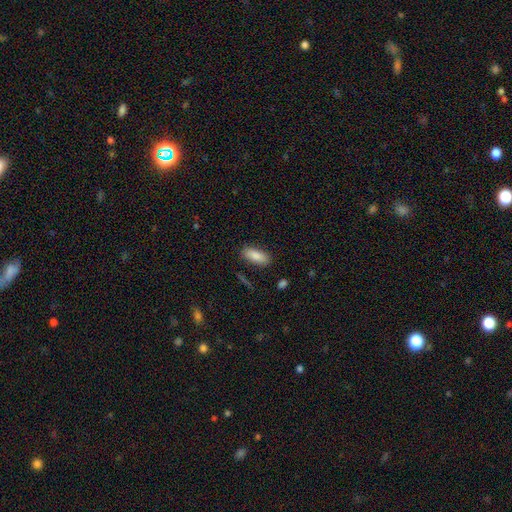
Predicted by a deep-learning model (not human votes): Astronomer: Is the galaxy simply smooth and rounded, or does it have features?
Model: smooth — 86%.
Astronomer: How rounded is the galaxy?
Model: in between — 80%.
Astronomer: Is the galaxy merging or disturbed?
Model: none — 85%.